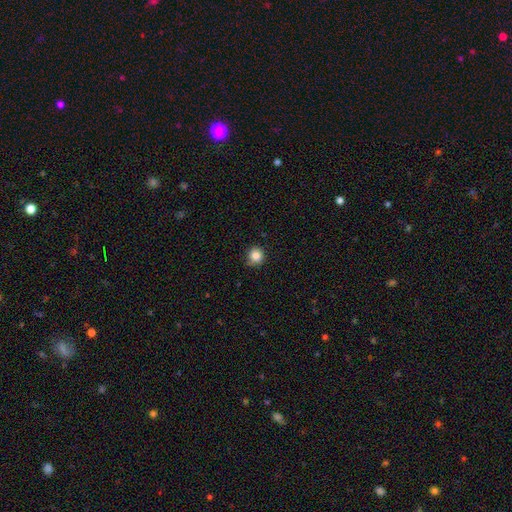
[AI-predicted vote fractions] Overall: smooth (85%). How rounded: round (92%). Merging: none (83%).